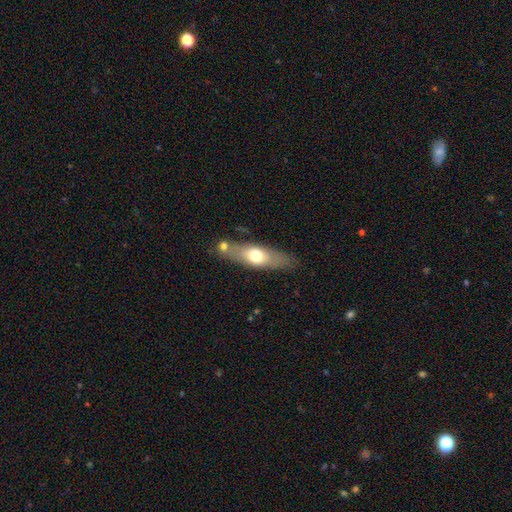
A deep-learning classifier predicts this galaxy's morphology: Smooth or featured: smooth — 55% (featured or disk — 39%)
How rounded: in between — 49% (cigar-shaped — 48%)
Merging: none — 71% (minor disturbance — 15%)